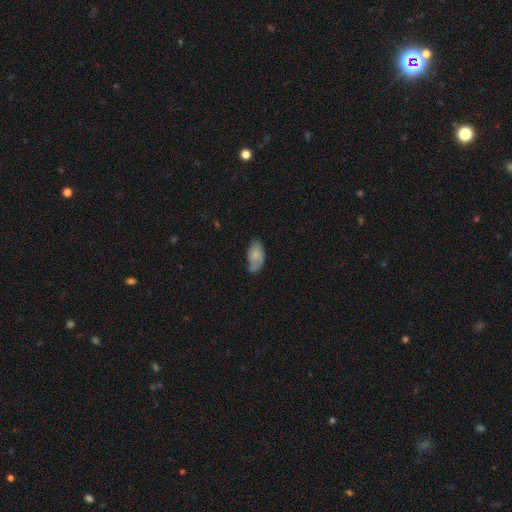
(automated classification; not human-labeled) Smooth or featured? Predicted: smooth (p=0.72). How rounded? Predicted: in between (p=0.94). Merging? Predicted: none (p=0.50).